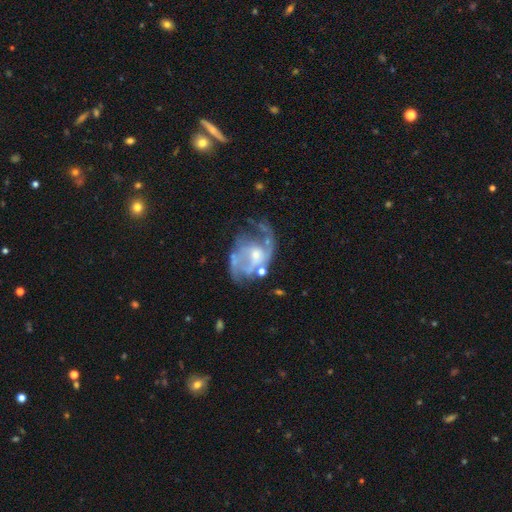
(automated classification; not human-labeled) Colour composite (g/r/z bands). It shows a featured or disk galaxy (84%) with no bar (57%), 2 (59%) medium (47%) spiral arms (89%) and a small central bulge (58%). Merging: none (43%).